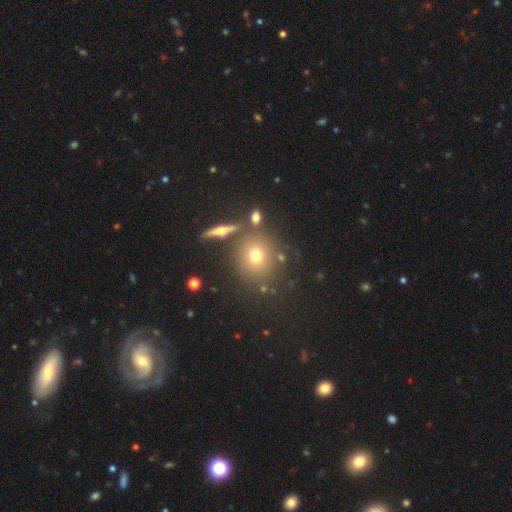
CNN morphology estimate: Smooth or featured? smooth (67%)
How rounded? round (85%)
Merging? none (76%)